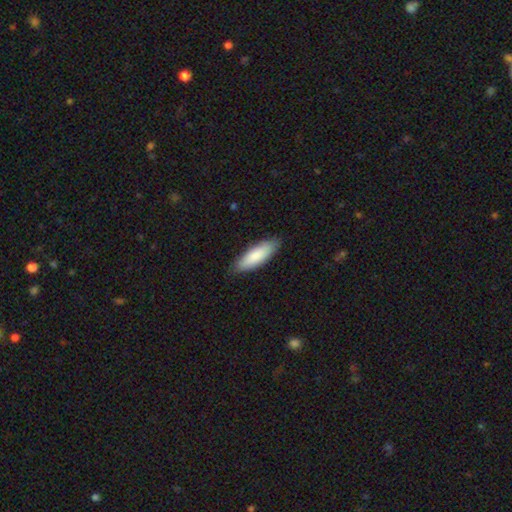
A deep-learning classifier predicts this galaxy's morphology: This appears to be a smooth galaxy with no disk features (84%) that is in between round and cigar-shaped (57%). Merging: none (86%).